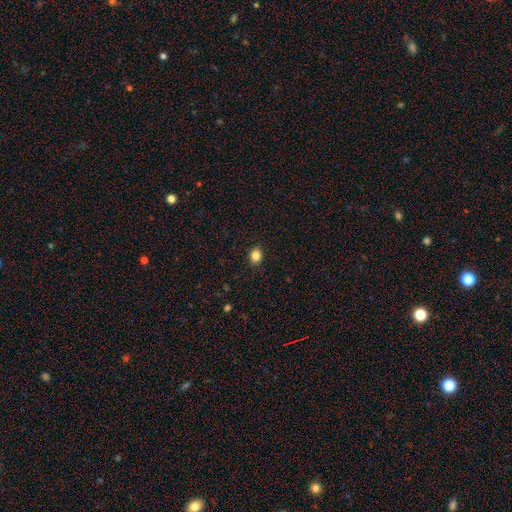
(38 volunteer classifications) Smooth or featured? 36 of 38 (95%) said smooth. How rounded? 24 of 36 (67%) said in between. Merging? 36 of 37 (97%) said none.